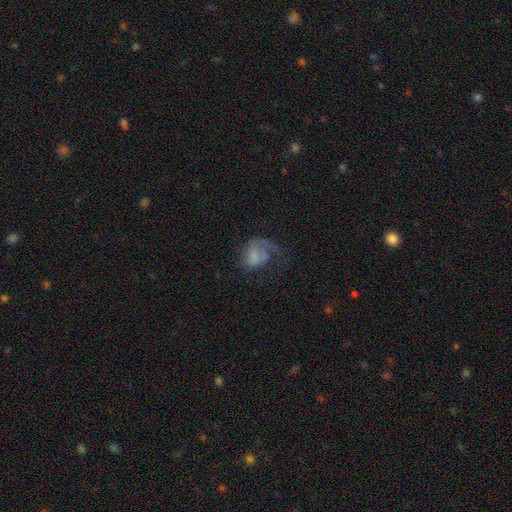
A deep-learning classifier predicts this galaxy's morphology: This is possibly a featured or disk galaxy (50%). It is clearly not viewed edge-on (98%). Merging: possibly major disturbance (50%).